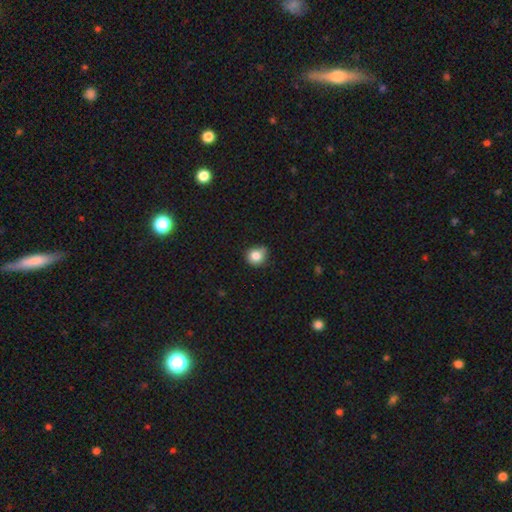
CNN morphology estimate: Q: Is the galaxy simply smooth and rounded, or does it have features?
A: smooth — 82%.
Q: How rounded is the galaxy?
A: round — 78%.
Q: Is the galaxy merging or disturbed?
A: none — 66%.